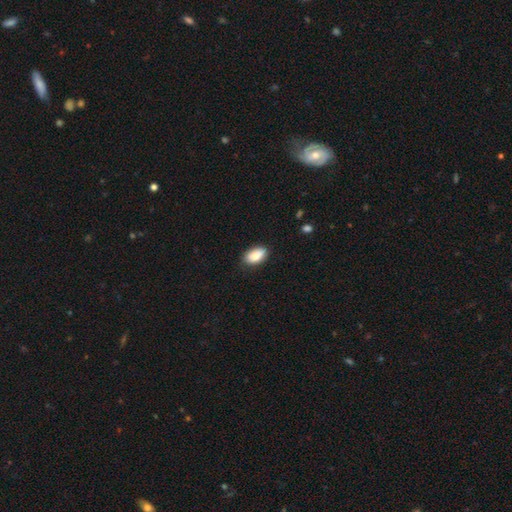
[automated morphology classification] type=smooth (87%); roundness=in between (93%); merging=none (83%).